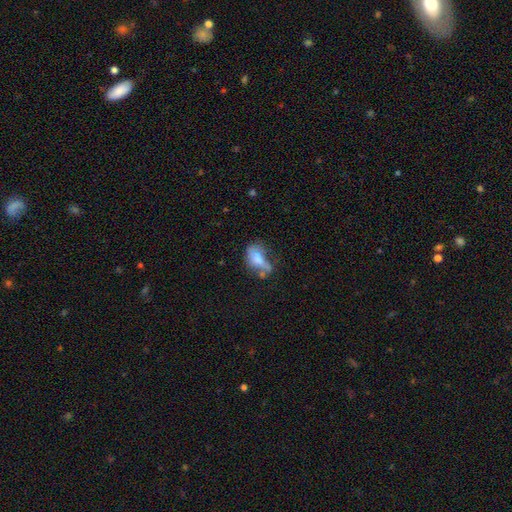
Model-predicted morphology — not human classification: This is possibly a smooth galaxy (57%). How rounded: clearly in between (82%). Merging: marginally none (29%).